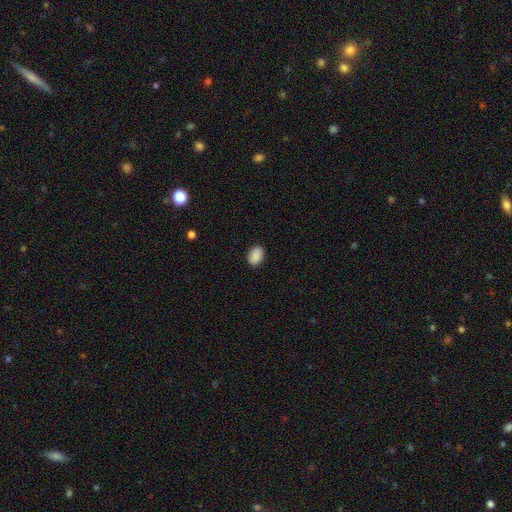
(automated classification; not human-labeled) Morphology: type=smooth (90%); roundness=in between (83%); merging=none (89%).